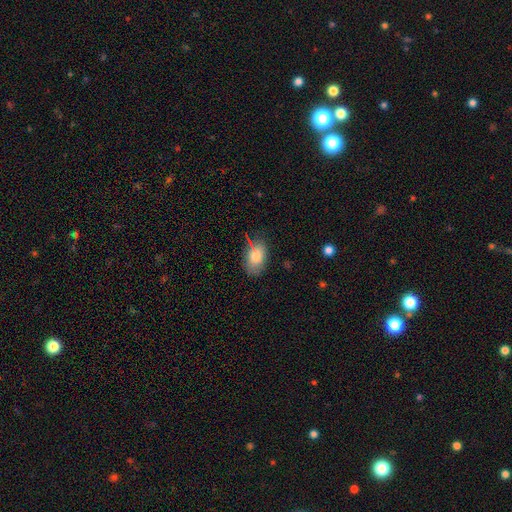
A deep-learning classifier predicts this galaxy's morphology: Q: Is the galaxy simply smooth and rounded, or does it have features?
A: smooth — 78%.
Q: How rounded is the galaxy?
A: in between — 89%.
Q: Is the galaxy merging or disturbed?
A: none — 66%.